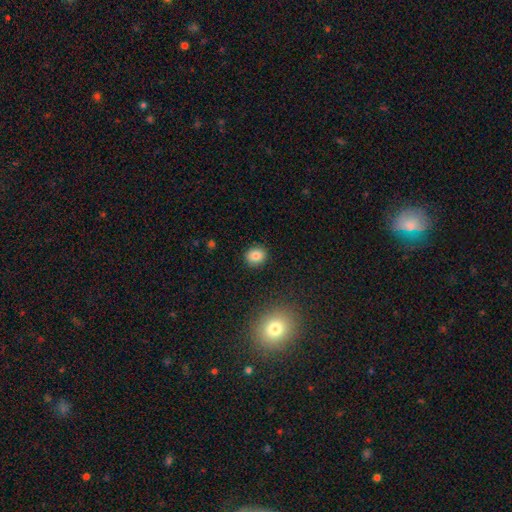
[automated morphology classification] smooth-or-featured: smooth: 83% | star or artifact: 10% | featured or disk: 6%
  how-rounded: round: 71% | in between: 28% | cigar-shaped: 1%
  merging: none: 90% | minor disturbance: 7% | major disturbance: 2% | merger: 1%